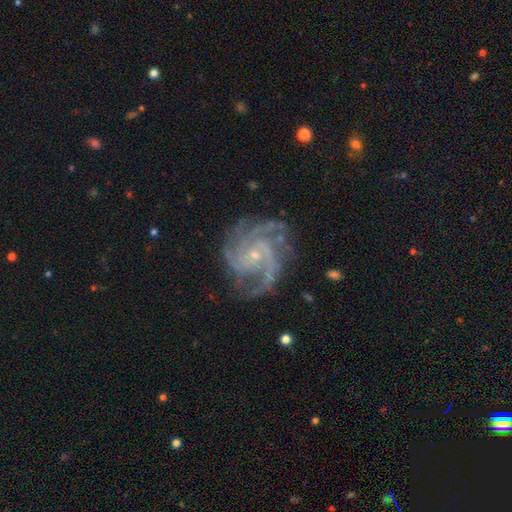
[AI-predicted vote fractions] Smooth or featured: featured or disk — 91% (star or artifact — 6%)
Edge-on disk: no — 98% (yes — 2%)
Bar: no — 69% (weak — 26%)
Spiral arms: yes — 98% (no — 2%)
Spiral winding: tight — 47% (medium — 45%)
Spiral arm count: 3 — 33% (4 — 25%)
Bulge size: small — 78% (moderate — 18%)
Merging: none — 72% (minor disturbance — 18%)